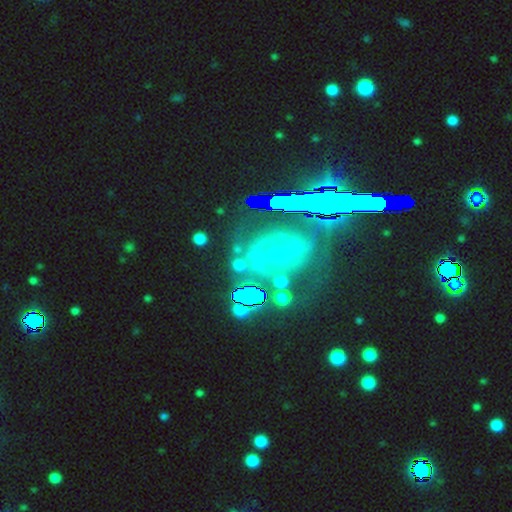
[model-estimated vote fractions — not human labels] This is likely a featured or disk galaxy (60%). It is clearly not viewed edge-on (90%). Bar: possibly no (56%). Spiral arm pattern: clearly yes (87%). Central bulge: likely small (71%). Merging: likely none (69%).